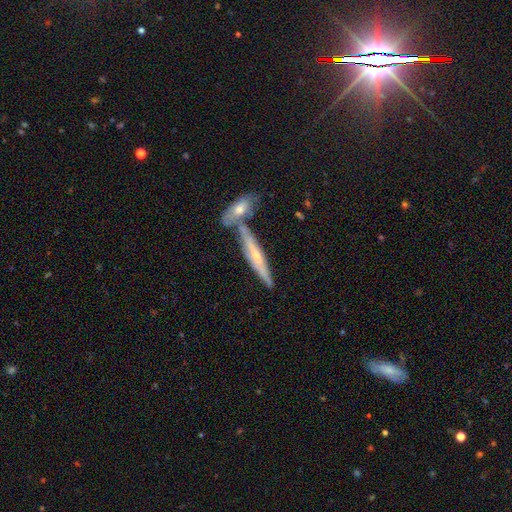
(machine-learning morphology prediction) smooth_or_featured: featured or disk (p=0.57) [alt: smooth p=0.36]
disk_edge_on: yes (p=0.84) [alt: no p=0.16]
merging: none (p=0.59) [alt: merger p=0.26]